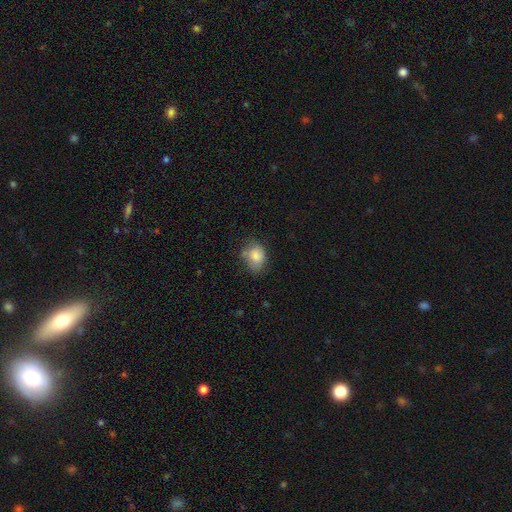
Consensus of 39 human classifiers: smooth_or_featured: smooth (p=0.85) [alt: featured or disk p=0.13]
how_rounded: in between (p=0.64) [alt: round p=0.36]
merging: none (p=0.53) [alt: minor disturbance p=0.26]